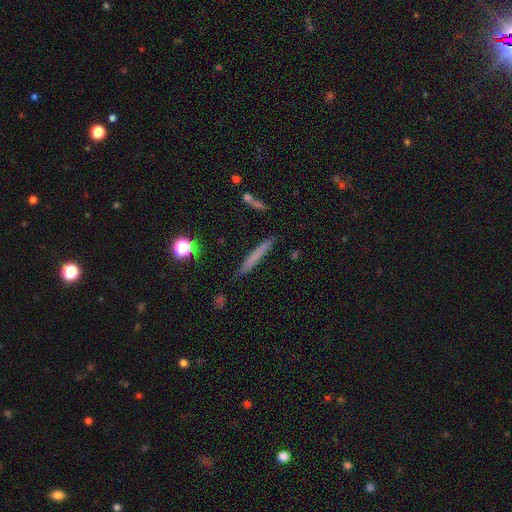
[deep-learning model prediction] smooth 63%, featured or disk 28%, star or artifact 9%. Down the decision tree: how rounded — cigar-shaped (95%); merging — none (88%).